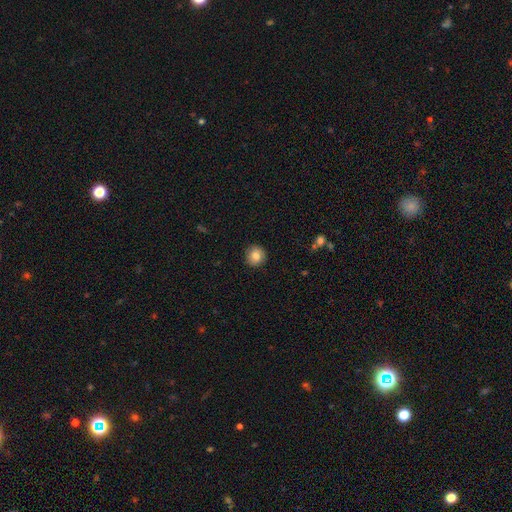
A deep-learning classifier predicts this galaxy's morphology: Q: Smooth or featured?
A: smooth (83%); runner-up: star or artifact (9%)
Q: How rounded?
A: round (91%); runner-up: in between (8%)
Q: Merging?
A: none (89%); runner-up: minor disturbance (8%)